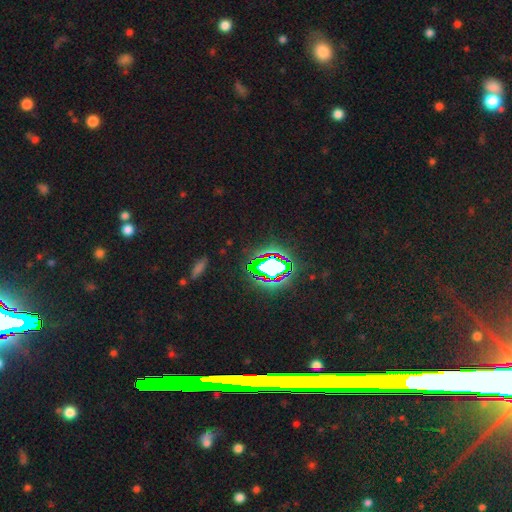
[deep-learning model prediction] The model was most divided on "smooth or featured": star or artifact: 82%, smooth: 9%, featured or disk: 9%.